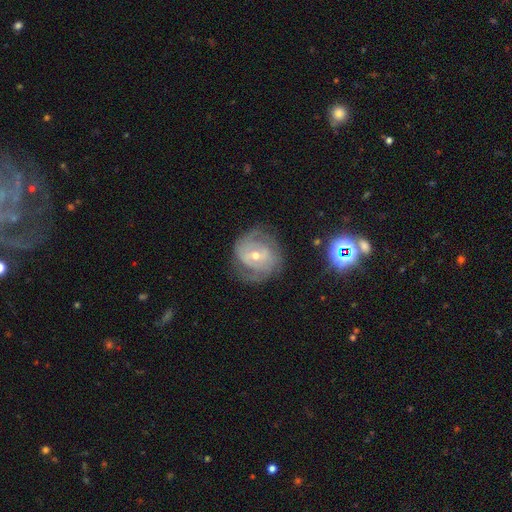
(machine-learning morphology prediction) The model was most divided on "bar": no: 44%, weak: 40%, strong: 16%. More confident: edge-on disk — no (97%); spiral arms — yes (93%); smooth or featured — featured or disk (82%); merging — none (74%); spiral winding — tight (57%); spiral arm count — 2 (53%); bulge size — small (51%).